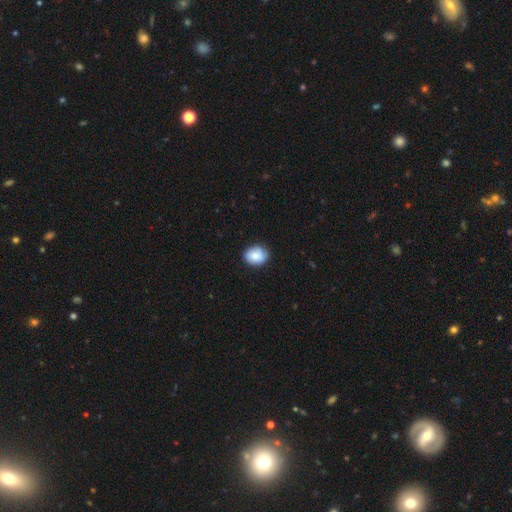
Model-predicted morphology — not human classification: smooth-or-featured: smooth: 78% | featured or disk: 15% | star or artifact: 7%
  how-rounded: in between: 51% | round: 48% | cigar-shaped: 1%
  merging: none: 77% | minor disturbance: 18% | major disturbance: 3% | merger: 1%